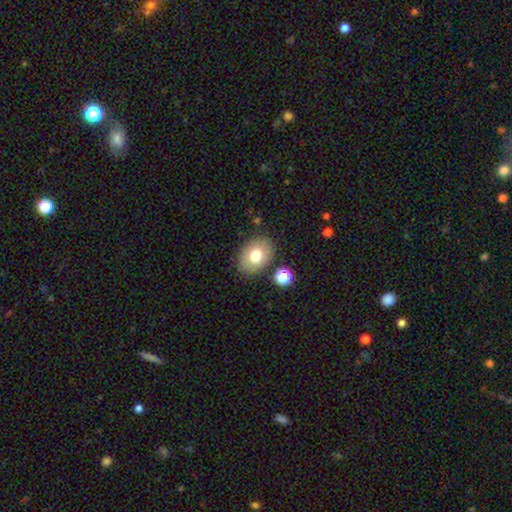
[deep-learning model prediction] smooth_or_featured: smooth (p=0.73) [alt: featured or disk p=0.18]
how_rounded: in between (p=0.73) [alt: round p=0.26]
merging: none (p=0.82) [alt: minor disturbance p=0.11]